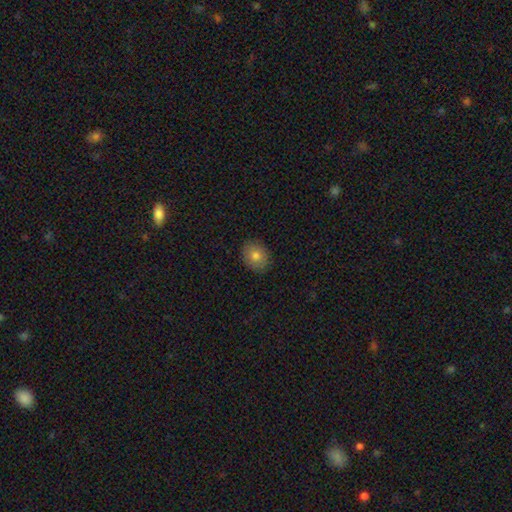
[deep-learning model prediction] A smooth galaxy with no disk features (77%) that is round (63%). Merging: none (87%).